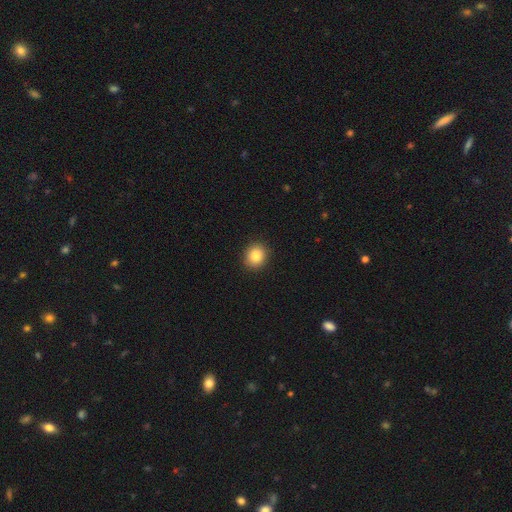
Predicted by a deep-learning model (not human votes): This is clearly a smooth galaxy (85%). How rounded: likely round (71%). Merging: clearly none (91%).